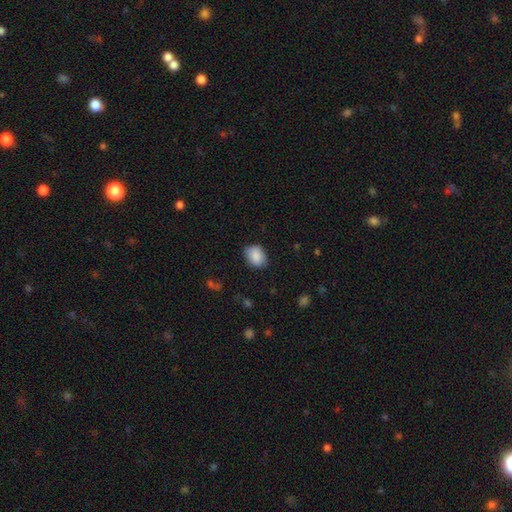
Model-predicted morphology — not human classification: smooth_or_featured: smooth (p=0.87) [alt: star or artifact p=0.07]
how_rounded: in between (p=0.72) [alt: round p=0.27]
merging: none (p=0.78) [alt: minor disturbance p=0.18]